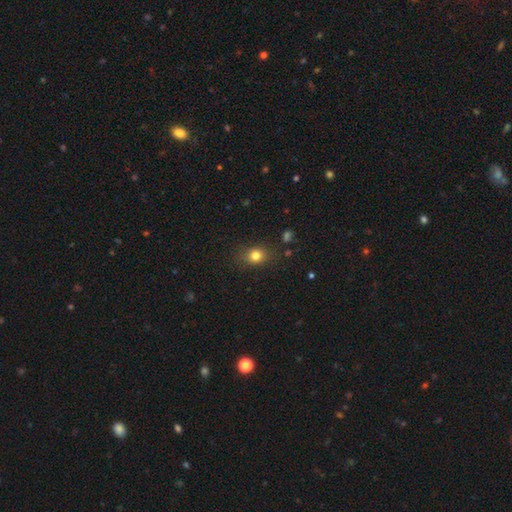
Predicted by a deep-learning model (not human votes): Smooth or featured? Predicted: smooth (p=0.79). How rounded? Predicted: round (p=0.57). Merging? Predicted: none (p=0.82).